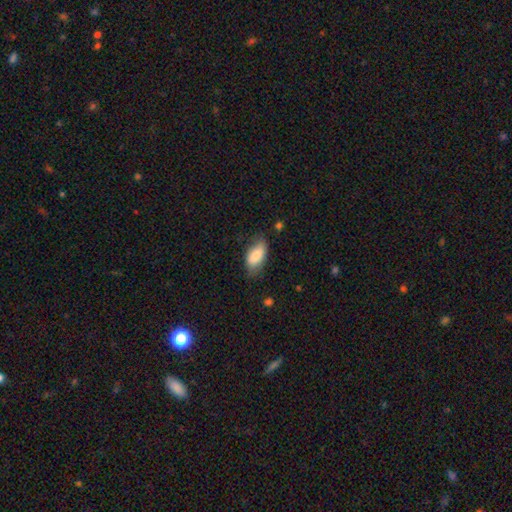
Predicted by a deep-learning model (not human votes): A smooth galaxy with no disk features (83%) that is in between round and cigar-shaped (90%).

Vote fractions:
- Smooth or featured? smooth: 83% / featured or disk: 11% / star or artifact: 6%
- How rounded? in between: 90% / cigar-shaped: 7% / round: 3%
- Merging? none: 65% / minor disturbance: 27% / major disturbance: 6% / merger: 2%